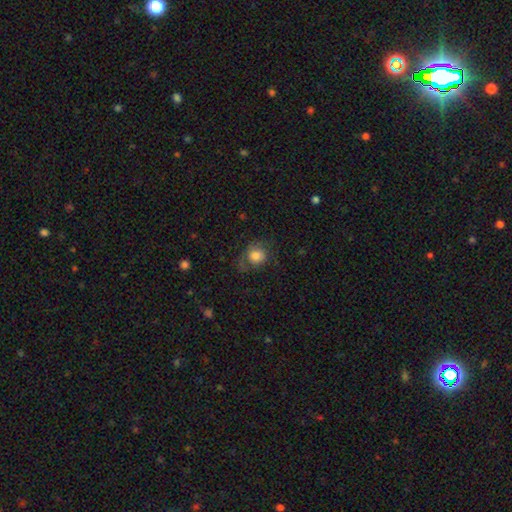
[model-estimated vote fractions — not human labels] Q: Smooth or featured?
A: smooth (75%); runner-up: featured or disk (16%)
Q: How rounded?
A: round (76%); runner-up: in between (23%)
Q: Merging?
A: none (56%); runner-up: minor disturbance (24%)